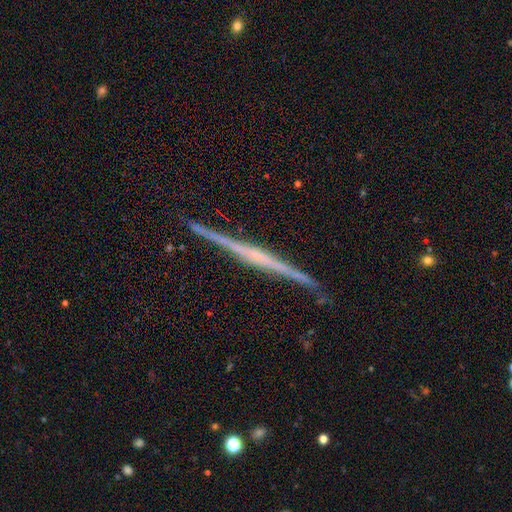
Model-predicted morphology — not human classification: Smooth or featured: featured or disk — 80% (smooth — 14%)
Edge-on disk: yes — 98% (no — 2%)
Edge-on bulge: none — 56% (rounded — 30%)
Merging: none — 89% (minor disturbance — 8%)